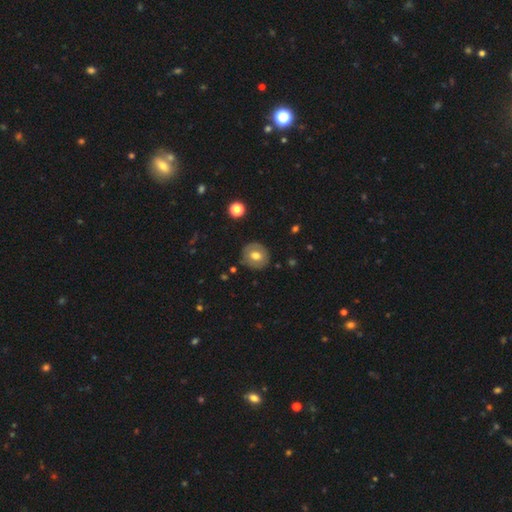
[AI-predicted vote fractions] smooth 66%, featured or disk 26%, star or artifact 8%. Down the decision tree: how rounded — round (84%); merging — none (84%).